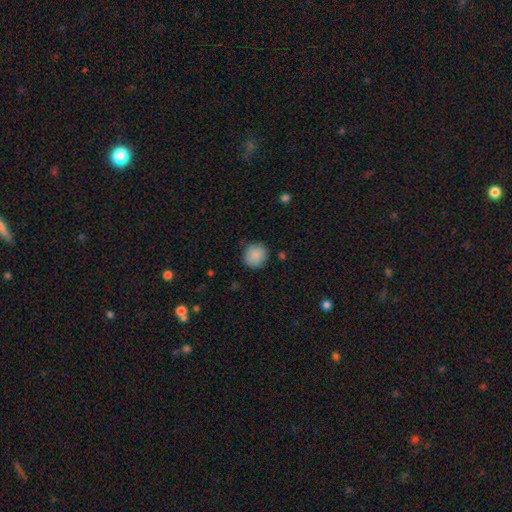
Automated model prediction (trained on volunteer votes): A smooth galaxy with no disk features (88%) that is round (90%). Merging: none (84%).